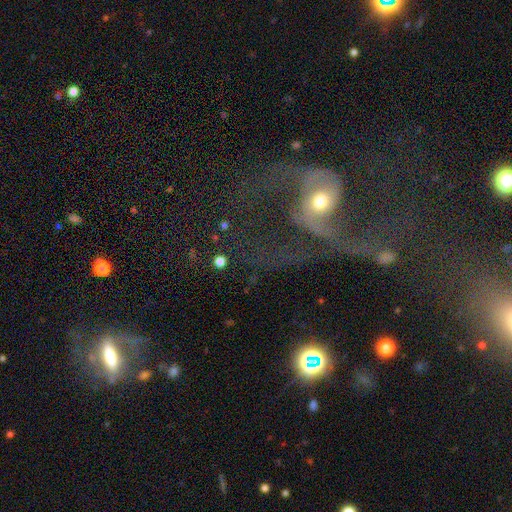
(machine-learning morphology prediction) Smooth or featured? Predicted: featured or disk (p=0.76). Edge-on disk? Predicted: no (p=0.95). Bar? Predicted: no (p=0.48). Spiral arms? Predicted: yes (p=0.84). Spiral winding? Predicted: loose (p=0.64). Spiral arm count? Predicted: 2 (p=0.78). Bulge size? Predicted: moderate (p=0.57). Merging? Predicted: major disturbance (p=0.38).